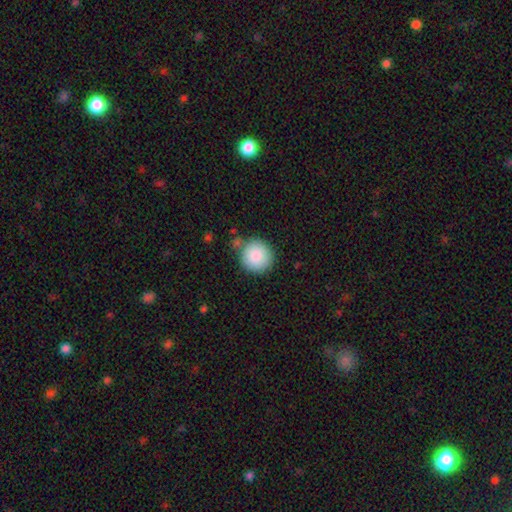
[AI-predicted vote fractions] smooth 88%, star or artifact 7%, featured or disk 5%. Down the decision tree: how rounded — round (93%); merging — none (78%).